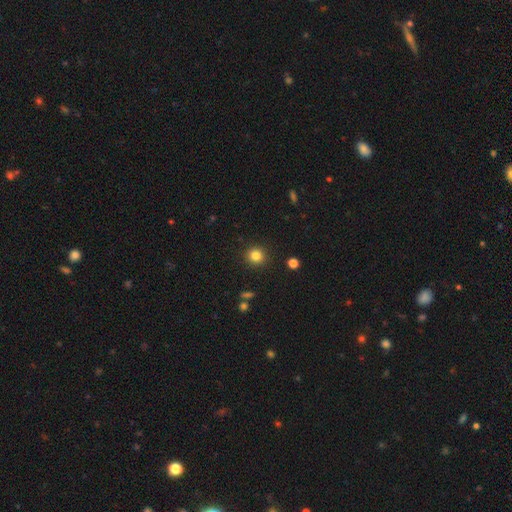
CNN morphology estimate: Smooth or featured?
  - smooth: 83% *
  - star or artifact: 12%
  - featured or disk: 5%
How rounded?
  - round: 91% *
  - in between: 8%
  - cigar-shaped: 1%
Merging?
  - none: 91% *
  - minor disturbance: 6%
  - major disturbance: 2%
  - merger: 1%